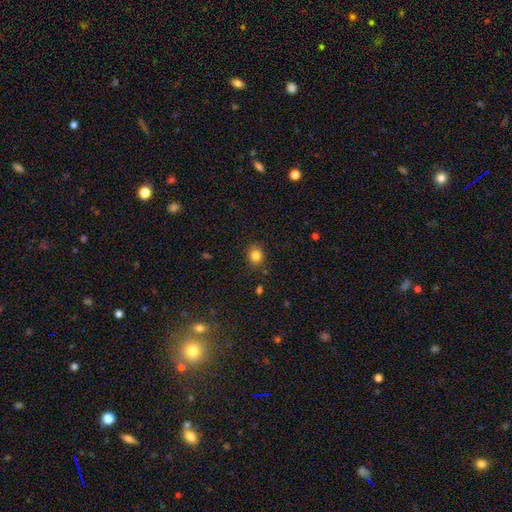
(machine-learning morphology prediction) Smooth or featured? smooth (83%)
How rounded? round (70%)
Merging? none (86%)